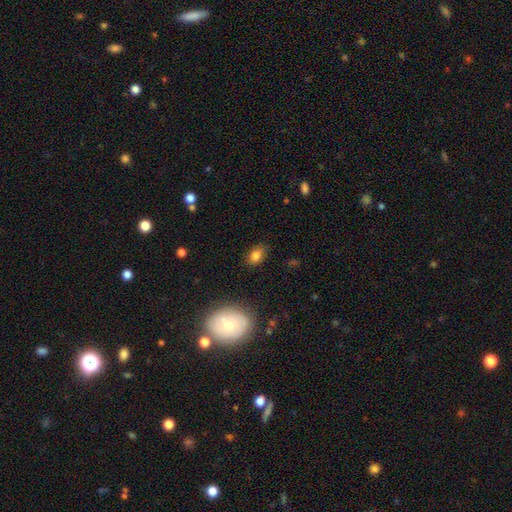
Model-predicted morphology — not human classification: type=smooth (80%); roundness=in between (78%); merging=none (80%).